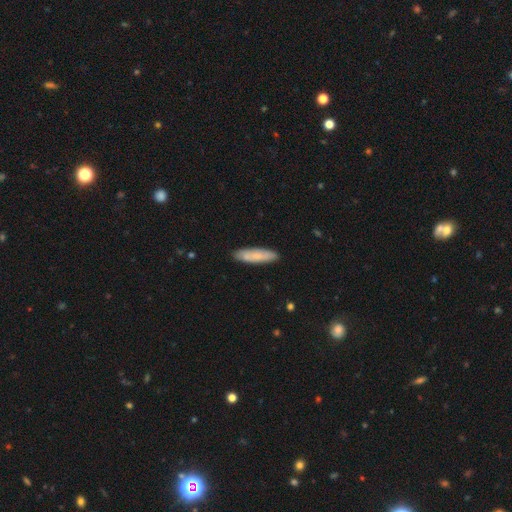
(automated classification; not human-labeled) Smooth or featured: smooth — 72% (featured or disk — 22%)
How rounded: cigar-shaped — 72% (in between — 26%)
Merging: none — 87% (minor disturbance — 10%)